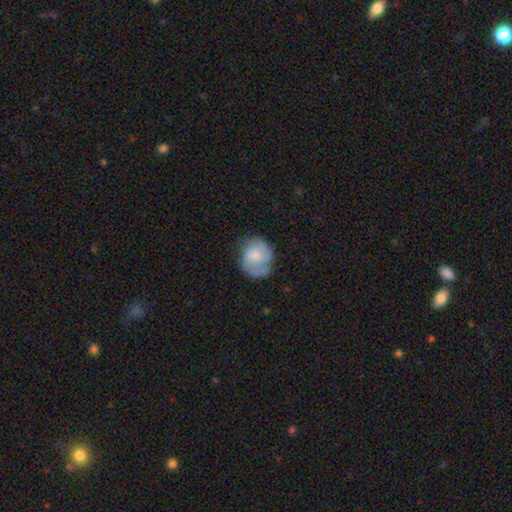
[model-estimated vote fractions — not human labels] smooth-or-featured: featured or disk: 52% | smooth: 41% | star or artifact: 7%
  disk-edge-on: no: 98% | yes: 2%
    bar: no: 75% | weak: 22% | strong: 3%
    has-spiral-arms: yes: 78% | no: 22%
    bulge-size: small: 52% | moderate: 34% | none: 9% | large: 4% | dominant: 1%
  merging: none: 56% | minor disturbance: 26% | major disturbance: 15% | merger: 3%